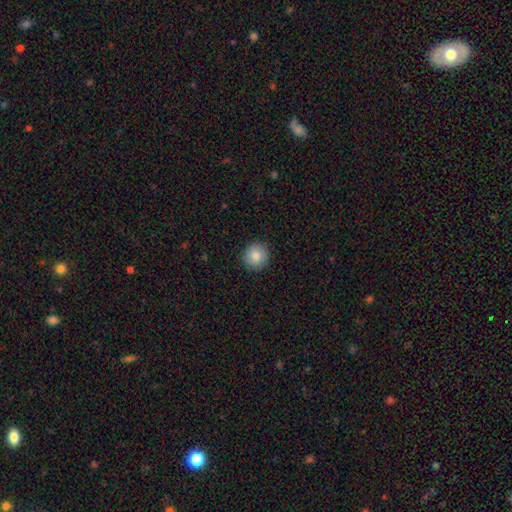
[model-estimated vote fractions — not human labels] A smooth galaxy with no disk features (82%) that is round (94%).

Vote fractions:
- Smooth or featured? smooth: 82% / featured or disk: 9% / star or artifact: 9%
- How rounded? round: 94% / in between: 5% / cigar-shaped: 1%
- Merging? none: 90% / minor disturbance: 7% / major disturbance: 2% / merger: 1%